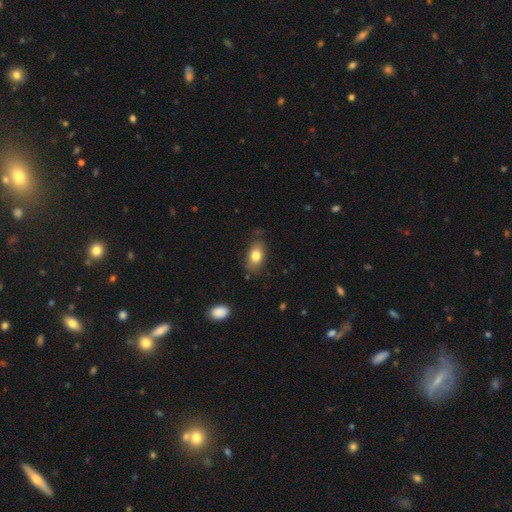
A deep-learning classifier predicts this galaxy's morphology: Smooth or featured? Predicted: smooth (p=0.79). How rounded? Predicted: in between (p=0.86). Merging? Predicted: none (p=0.76).